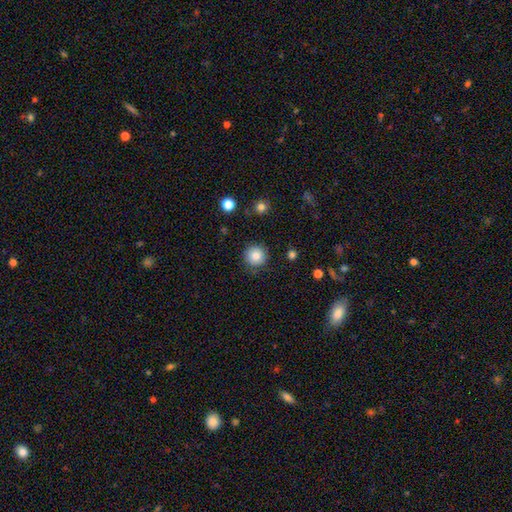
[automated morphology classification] This is clearly a smooth galaxy (84%). How rounded: clearly round (95%). Merging: clearly none (87%).